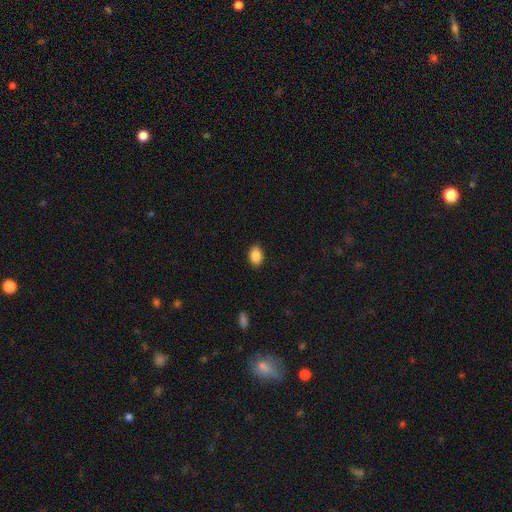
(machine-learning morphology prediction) Smooth or featured? smooth (87%)
How rounded? in between (83%)
Merging? none (88%)